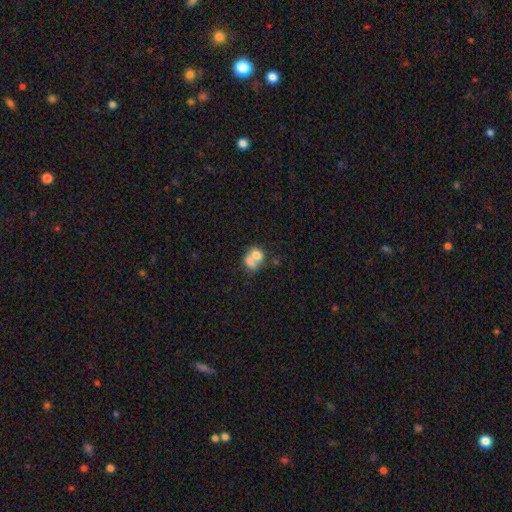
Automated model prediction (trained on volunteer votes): Overall: smooth (71%). How rounded: in between (54%; round 45%). Merging: merger (66%).